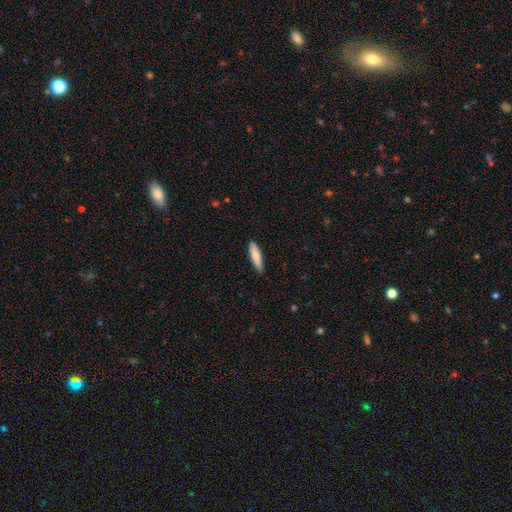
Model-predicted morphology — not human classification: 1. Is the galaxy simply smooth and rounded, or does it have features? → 81% smooth, 14% featured or disk, 6% star or artifact.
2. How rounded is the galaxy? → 73% cigar-shaped, 25% in between, 1% round.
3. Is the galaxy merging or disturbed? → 85% none, 12% minor disturbance, 2% major disturbance, 1% merger.